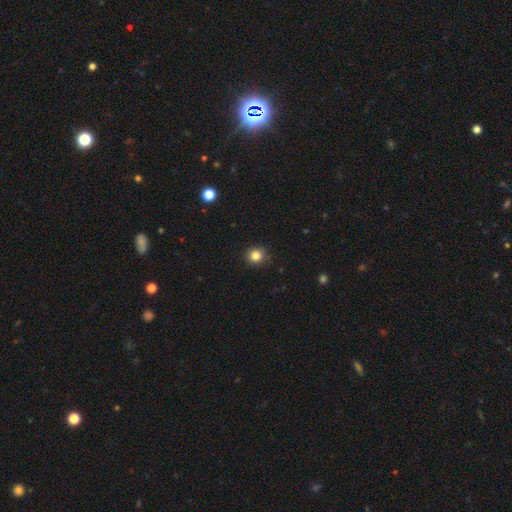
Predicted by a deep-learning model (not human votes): Smooth or featured: smooth — 83% (star or artifact — 12%)
How rounded: round — 89% (in between — 10%)
Merging: none — 88% (minor disturbance — 9%)